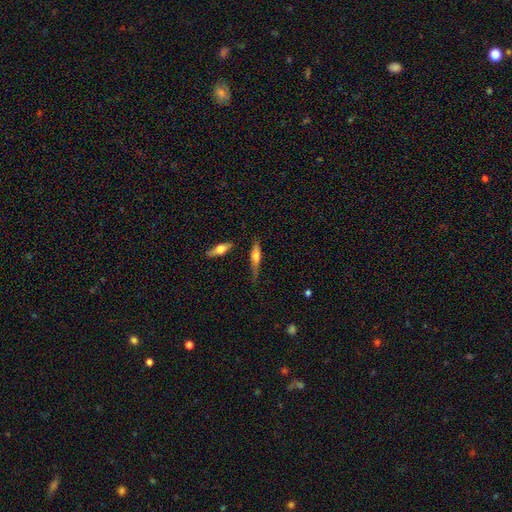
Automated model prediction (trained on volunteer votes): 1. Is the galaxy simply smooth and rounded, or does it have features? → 47% featured or disk, 45% smooth, 8% star or artifact.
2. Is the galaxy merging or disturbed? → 61% none, 25% minor disturbance, 8% major disturbance, 6% merger.